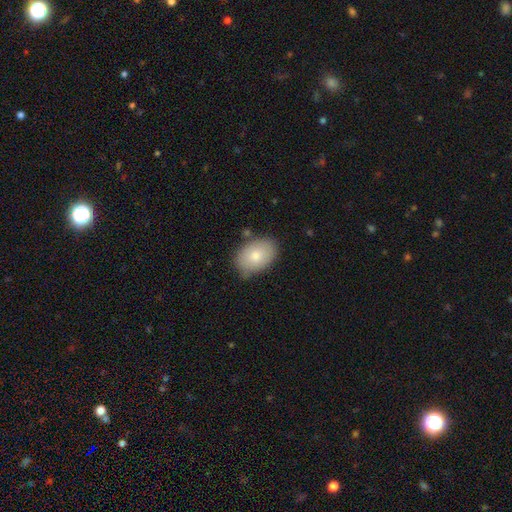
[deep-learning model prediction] Overall: smooth (81%). How rounded: in between (87%). Merging: none (77%).